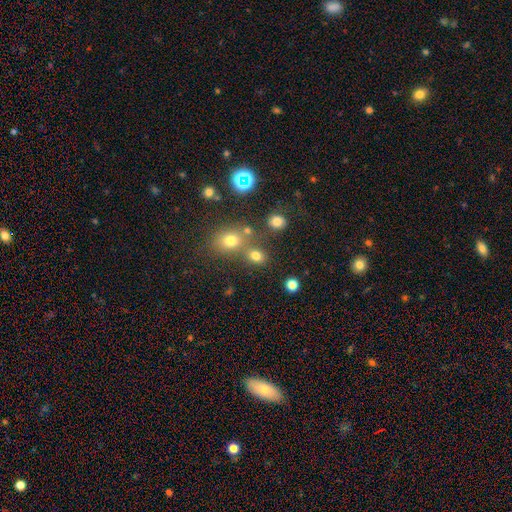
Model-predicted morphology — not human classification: Smooth or featured?
  - smooth: 72% *
  - star or artifact: 20%
  - featured or disk: 8%
How rounded?
  - round: 60% *
  - in between: 38%
  - cigar-shaped: 2%
Merging?
  - none: 62% *
  - merger: 23%
  - minor disturbance: 10%
  - major disturbance: 5%